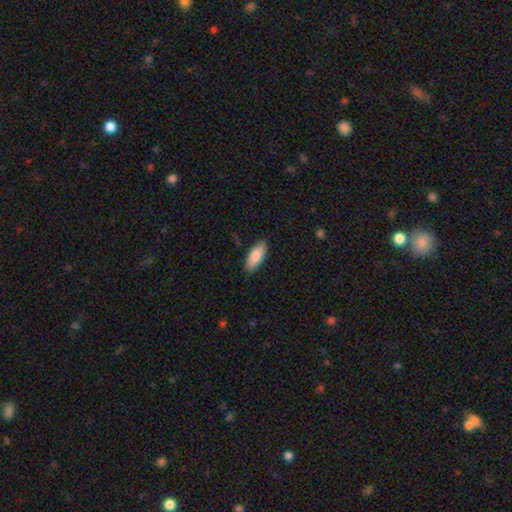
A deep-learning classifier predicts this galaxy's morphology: A smooth galaxy with no disk features (88%) that is in between round and cigar-shaped (78%). Merging: none (87%).